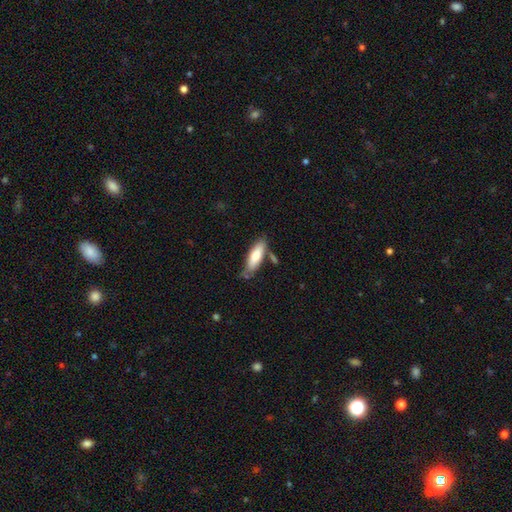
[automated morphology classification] smooth-or-featured: smooth: 73% | featured or disk: 22% | star or artifact: 6%
  how-rounded: in between: 55% | cigar-shaped: 44% | round: 2%
  merging: none: 69% | minor disturbance: 18% | merger: 9% | major disturbance: 4%